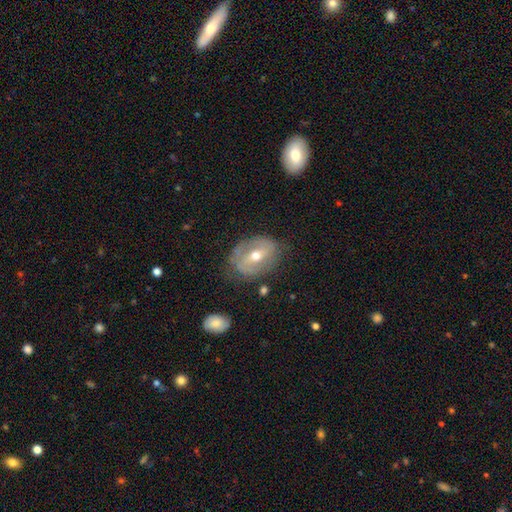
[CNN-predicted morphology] smooth-or-featured: featured or disk: 65% | smooth: 27% | star or artifact: 8%
  disk-edge-on: no: 93% | yes: 7%
    bar: weak: 39% | strong: 38% | no: 23%
    has-spiral-arms: yes: 51% | no: 49%
    bulge-size: moderate: 66% | small: 30% | large: 2% | none: 1% | dominant: 1%
  merging: none: 67% | minor disturbance: 22% | major disturbance: 9% | merger: 2%